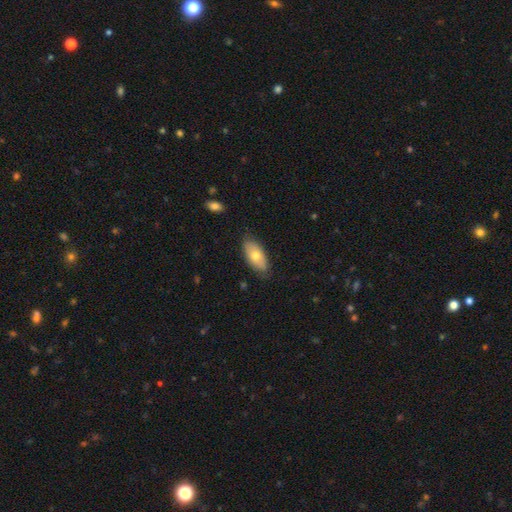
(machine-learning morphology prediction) This is likely a smooth galaxy (69%). How rounded: clearly in between (90%). Merging: clearly none (83%).